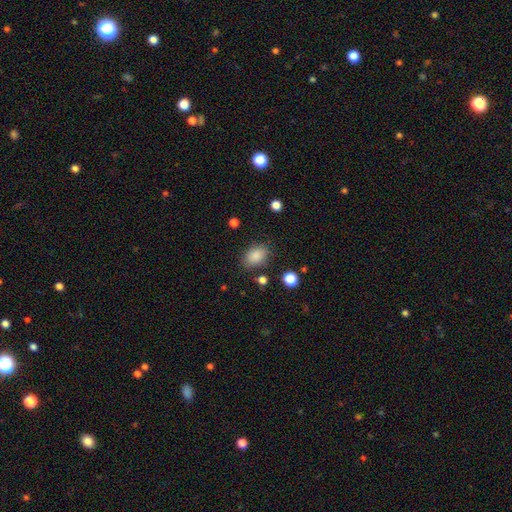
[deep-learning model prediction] Morphology: type=smooth (86%); roundness=in between (81%); merging=none (79%).